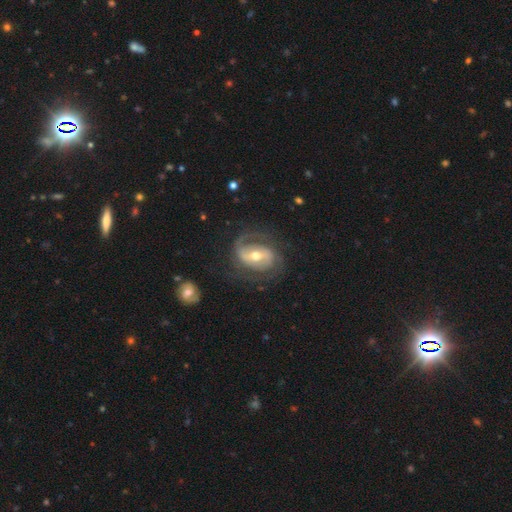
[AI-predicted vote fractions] featured or disk 86%, smooth 9%, star or artifact 5%. Down the decision tree: edge-on disk — no (97%); bar — weak (41%); spiral arms — yes (94%); spiral arm count — 2 (71%); spiral winding — medium (47%); bulge size — moderate (67%); merging — none (67%).